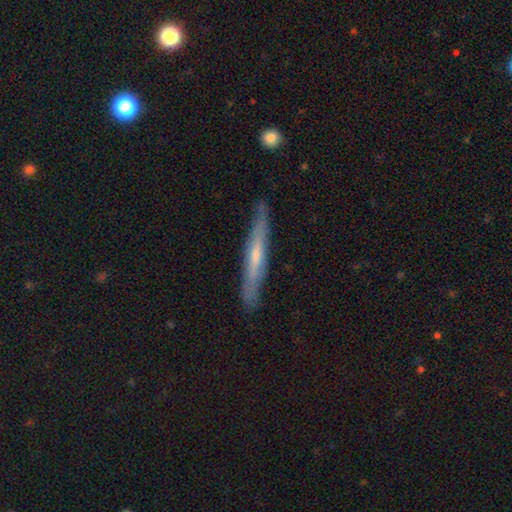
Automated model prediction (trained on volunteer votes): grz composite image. It shows a featured or disk galaxy (57%) viewed edge-on (90%) with no central bulge (58%). Merging: none (86%).